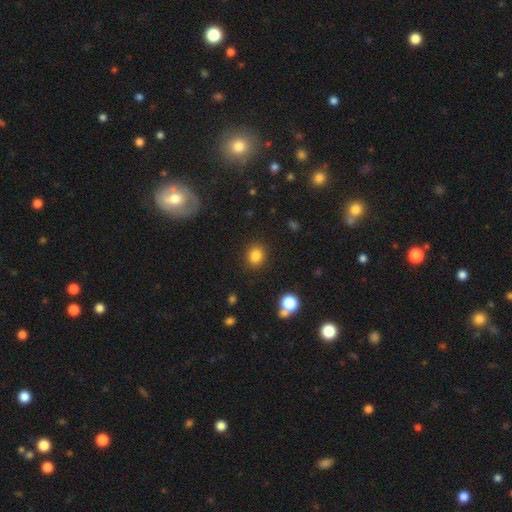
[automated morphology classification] smooth-or-featured: smooth: 84% | star or artifact: 11% | featured or disk: 5%
  how-rounded: round: 70% | in between: 29% | cigar-shaped: 1%
  merging: none: 87% | minor disturbance: 8% | major disturbance: 3% | merger: 2%